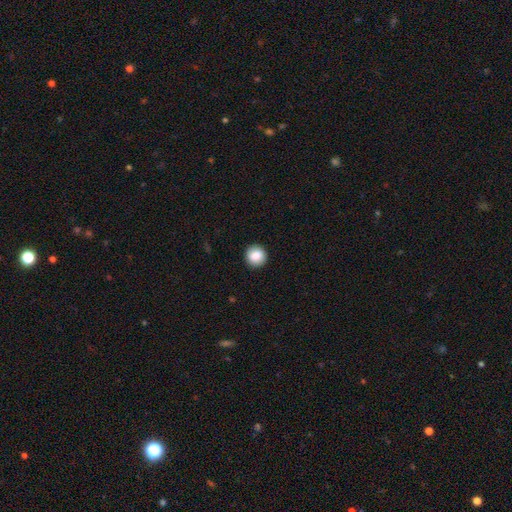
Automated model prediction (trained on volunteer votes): Overall: smooth (86%). How rounded: round (91%). Merging: none (91%).